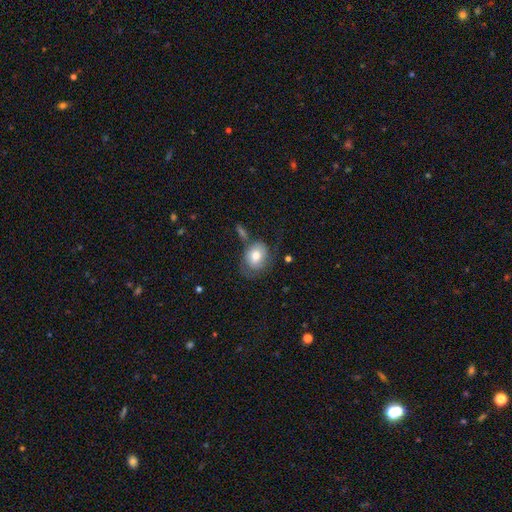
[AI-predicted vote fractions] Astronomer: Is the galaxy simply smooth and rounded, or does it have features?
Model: smooth — 70%.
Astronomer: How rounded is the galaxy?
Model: round — 51% (runner-up: in between, 48%).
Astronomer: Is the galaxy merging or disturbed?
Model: none — 48% (runner-up: minor disturbance, 26%).